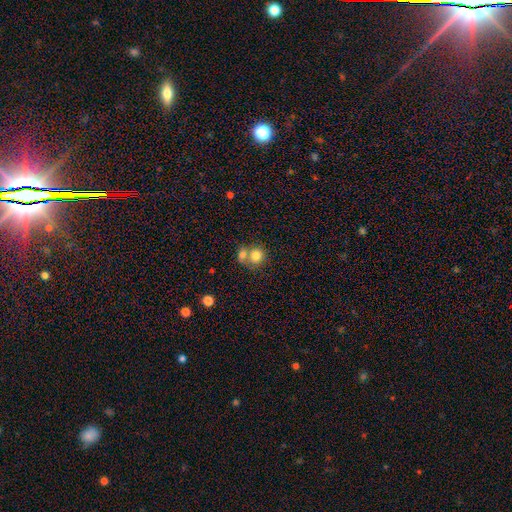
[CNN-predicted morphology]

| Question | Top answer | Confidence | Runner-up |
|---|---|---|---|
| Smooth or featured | smooth | 79% | featured or disk (11%) |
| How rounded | round | 80% | in between (19%) |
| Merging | merger | 49% | none (38%) |